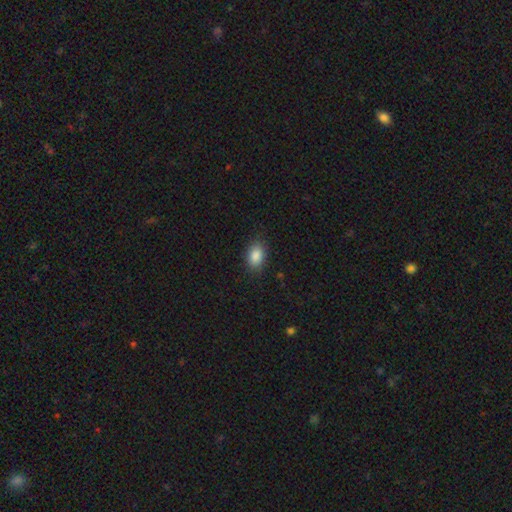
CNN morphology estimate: Overall: smooth (87%). How rounded: in between (85%). Merging: none (85%).